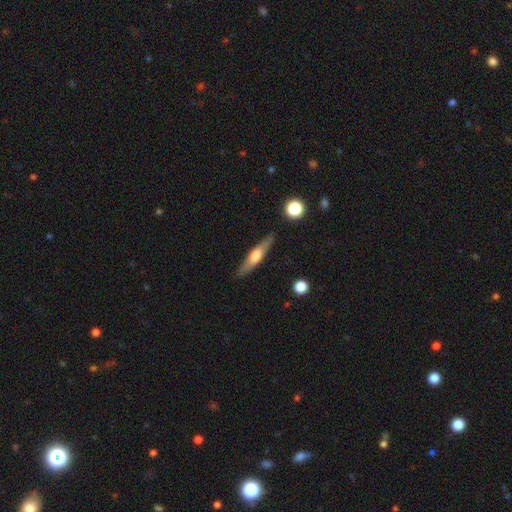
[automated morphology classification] This appears to be a featured or disk galaxy (56%) viewed edge-on (93%) with a rounded central bulge (81%). Merging: none (86%).